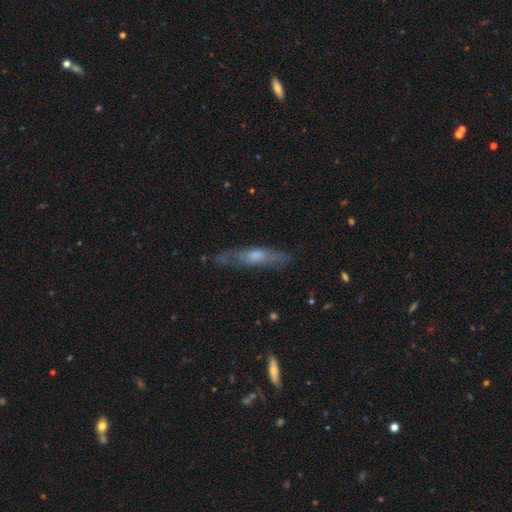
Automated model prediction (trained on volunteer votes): This is possibly a featured or disk galaxy (54%). It is likely viewed edge-on (68%). Merging: likely none (72%).